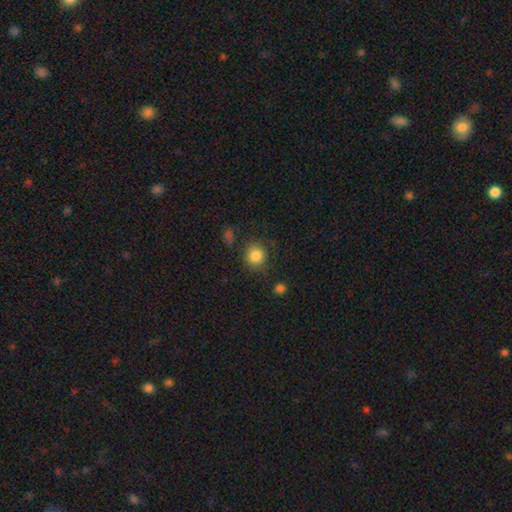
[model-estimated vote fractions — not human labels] smooth 85%, star or artifact 10%, featured or disk 5%. Down the decision tree: how rounded — round (89%); merging — none (80%).